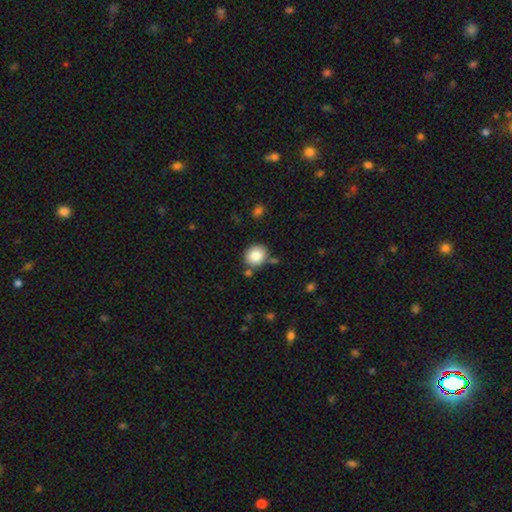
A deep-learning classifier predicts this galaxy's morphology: The model was most divided on "how rounded": round: 77%, in between: 22%, cigar-shaped: 1%. More confident: smooth or featured — smooth (83%); merging — none (79%).